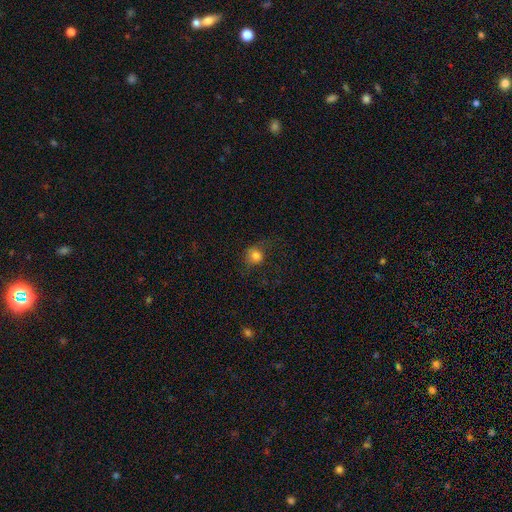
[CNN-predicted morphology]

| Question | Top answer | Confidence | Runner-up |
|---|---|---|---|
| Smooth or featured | smooth | 78% | star or artifact (13%) |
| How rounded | round | 82% | in between (17%) |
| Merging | none | 63% | minor disturbance (22%) |